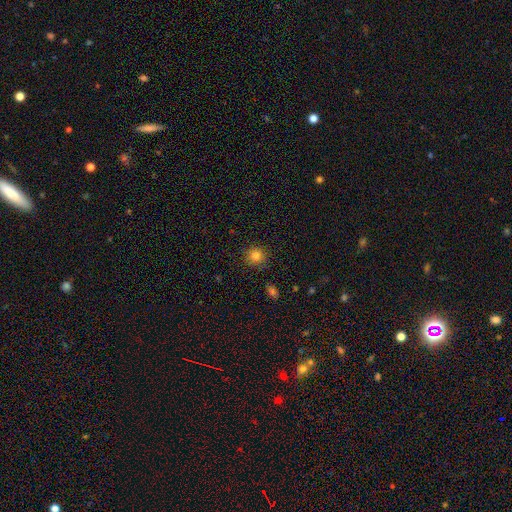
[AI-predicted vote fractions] This appears to be a smooth galaxy with no disk features (81%) that is round (91%). Merging: none (88%).